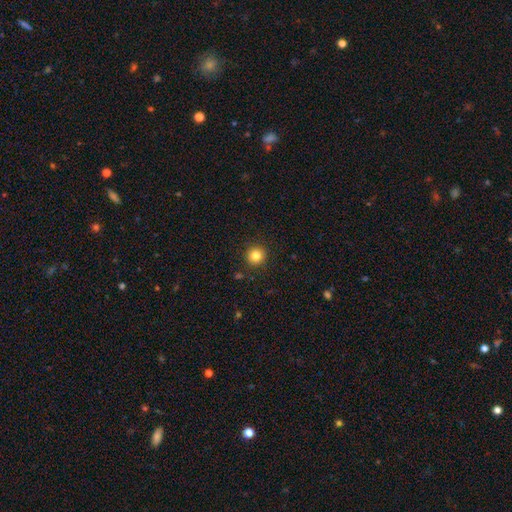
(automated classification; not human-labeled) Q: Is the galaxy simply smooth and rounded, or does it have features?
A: smooth — 82%.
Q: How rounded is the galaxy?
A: round — 94%.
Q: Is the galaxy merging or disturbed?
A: none — 91%.